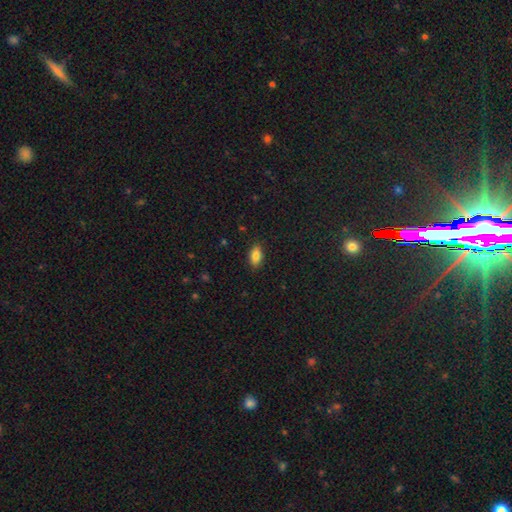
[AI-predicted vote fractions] Smooth or featured: smooth — 84% (star or artifact — 9%)
How rounded: in between — 91% (cigar-shaped — 5%)
Merging: none — 87% (minor disturbance — 10%)